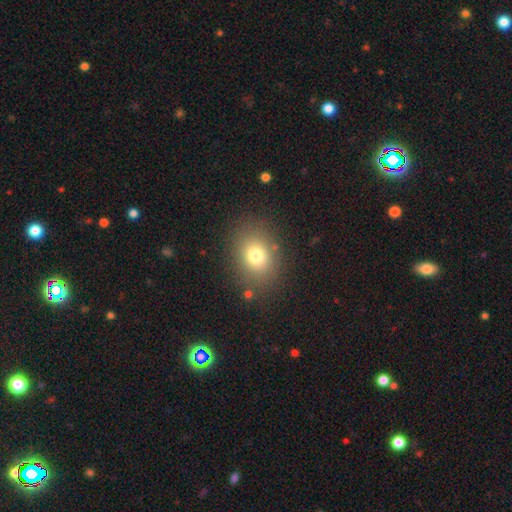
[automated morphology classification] This is likely a smooth galaxy (76%). How rounded: possibly round (52%). Merging: clearly none (83%).